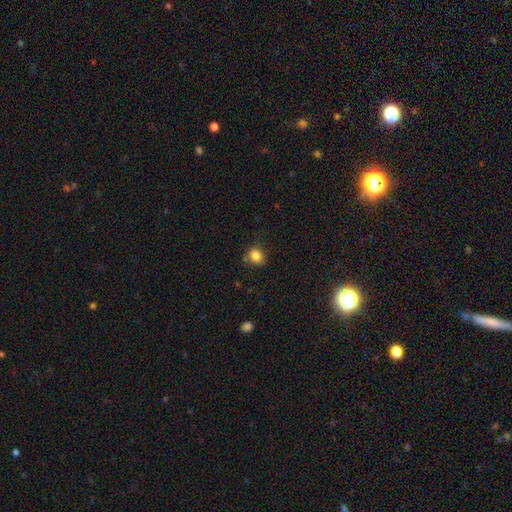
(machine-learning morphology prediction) Overall: smooth (83%). How rounded: round (70%). Merging: none (76%).